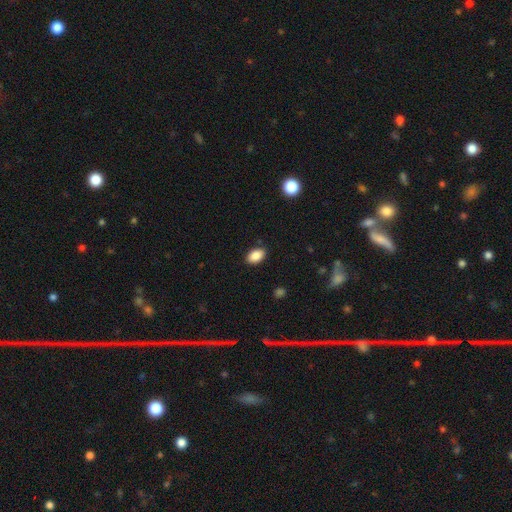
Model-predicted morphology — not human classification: smooth-or-featured: smooth: 88% | star or artifact: 8% | featured or disk: 4%
  how-rounded: in between: 90% | round: 9% | cigar-shaped: 1%
  merging: none: 87% | minor disturbance: 10% | major disturbance: 2% | merger: 1%